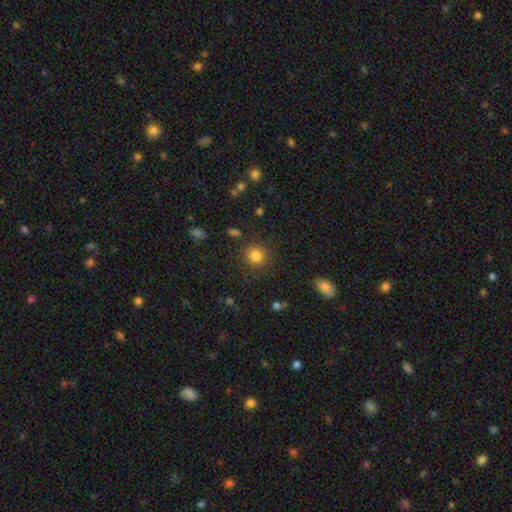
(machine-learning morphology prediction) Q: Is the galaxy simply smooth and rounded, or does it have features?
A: smooth — 83%.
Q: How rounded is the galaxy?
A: round — 91%.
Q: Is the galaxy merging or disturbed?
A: none — 87%.